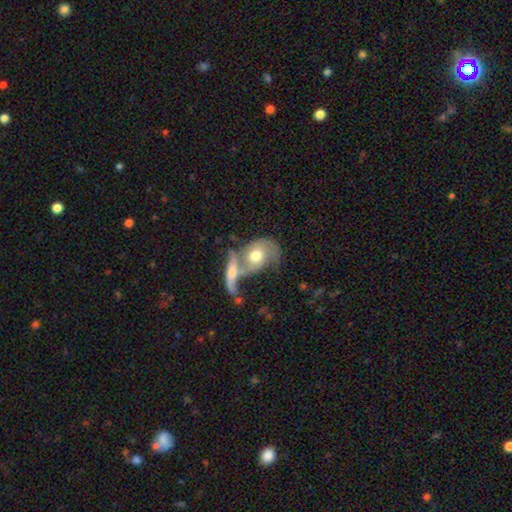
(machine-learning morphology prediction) featured or disk 59%, smooth 35%, star or artifact 7%. Down the decision tree: edge-on disk — no (90%); bar — no (70%); spiral arms — yes (72%); bulge size — moderate (72%); merging — merger (61%).